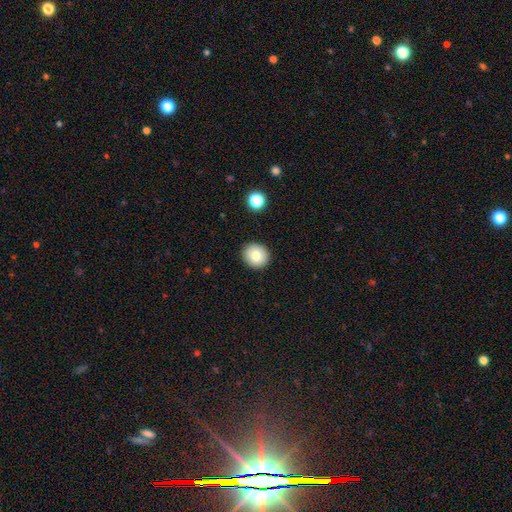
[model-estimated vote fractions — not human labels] Smooth or featured? smooth (80%)
How rounded? round (87%)
Merging? none (91%)